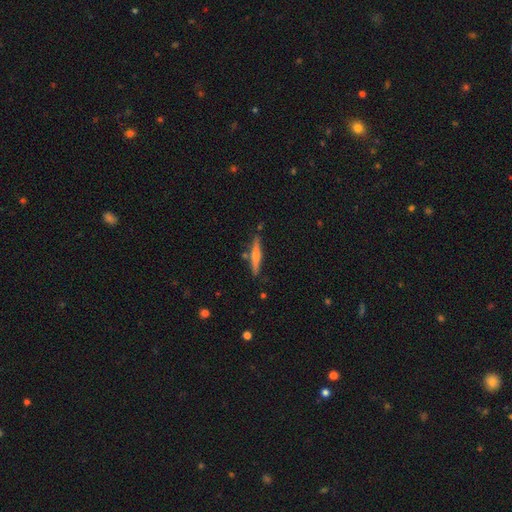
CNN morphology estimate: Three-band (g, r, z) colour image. It shows a featured or disk galaxy (52%) viewed edge-on (96%). Merging: none (82%).